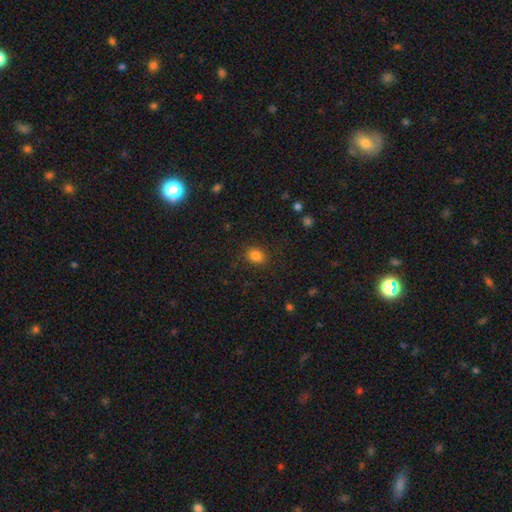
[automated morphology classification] smooth-or-featured: smooth: 84% | star or artifact: 12% | featured or disk: 4%
  how-rounded: round: 57% | in between: 42% | cigar-shaped: 1%
  merging: none: 87% | minor disturbance: 9% | major disturbance: 3% | merger: 1%